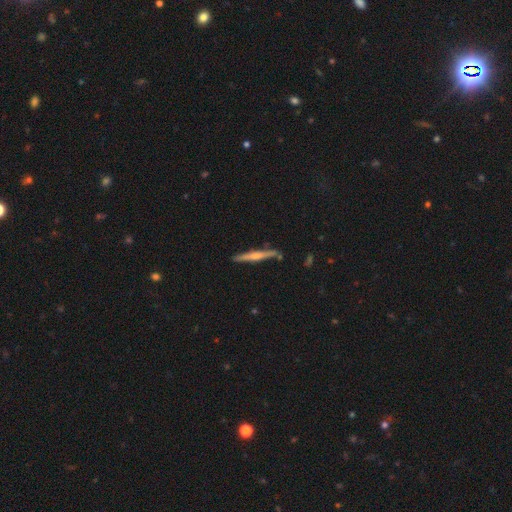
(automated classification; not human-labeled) Overall: featured or disk (60%; smooth 35%). Edge-on disk: yes (97%). Edge-on bulge: rounded (60%; none 21%). Merging: none (85%).